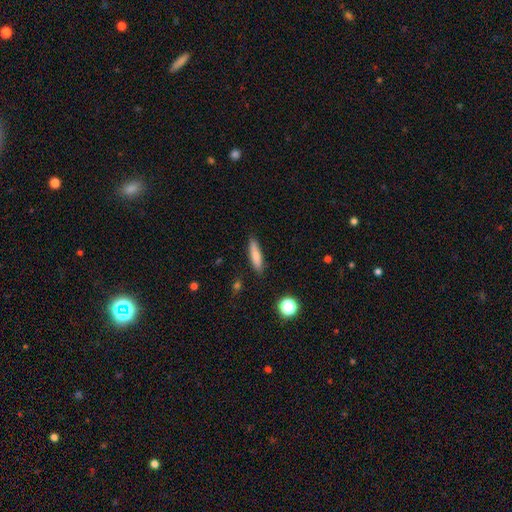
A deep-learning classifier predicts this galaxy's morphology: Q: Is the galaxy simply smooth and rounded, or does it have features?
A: smooth — 79%.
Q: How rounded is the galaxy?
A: cigar-shaped — 77%.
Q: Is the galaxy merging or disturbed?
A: none — 87%.